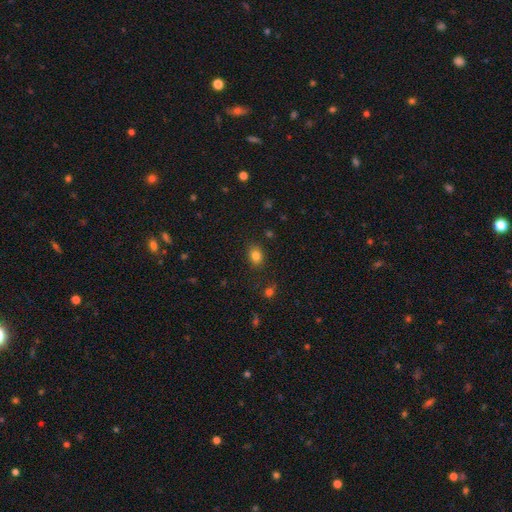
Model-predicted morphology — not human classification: The model was most divided on "how rounded": in between: 56%, round: 43%, cigar-shaped: 1%. More confident: merging — none (84%); smooth or featured — smooth (82%).